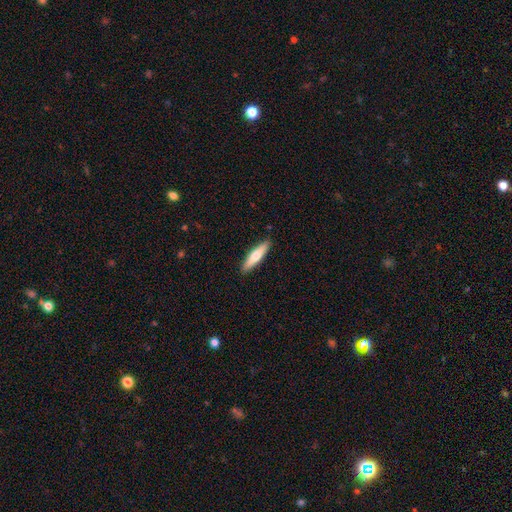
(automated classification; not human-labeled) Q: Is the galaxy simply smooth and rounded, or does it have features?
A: smooth — 58%.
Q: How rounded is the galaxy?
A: cigar-shaped — 78%.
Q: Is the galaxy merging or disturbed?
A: none — 90%.